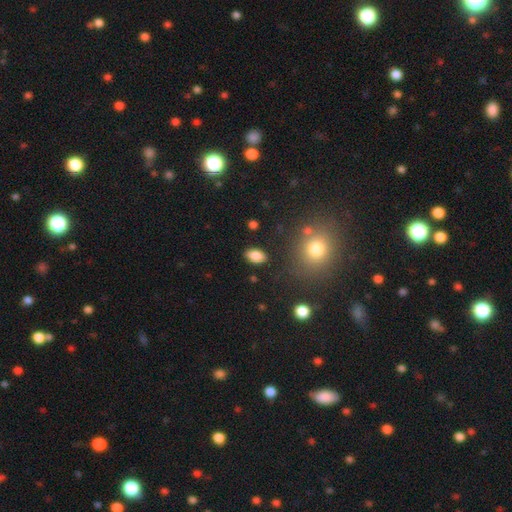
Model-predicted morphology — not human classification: Smooth or featured? smooth (85%)
How rounded? in between (90%)
Merging? none (85%)